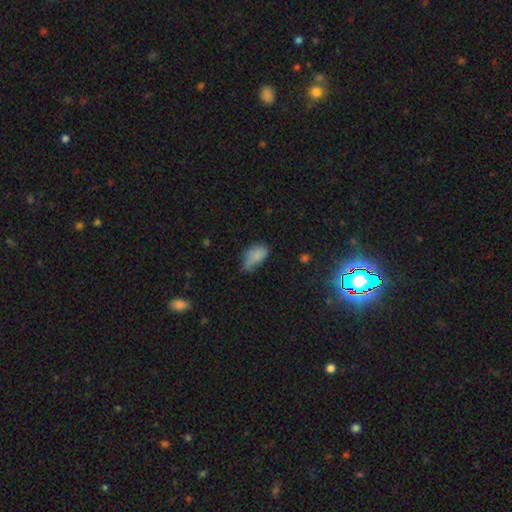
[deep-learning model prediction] Smooth or featured? smooth (79%)
How rounded? in between (91%)
Merging? minor disturbance (43%)